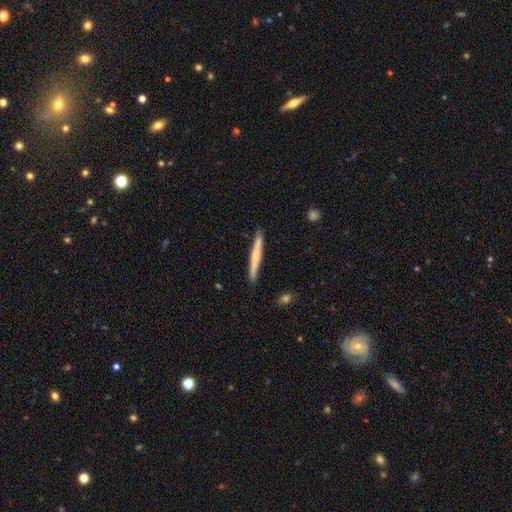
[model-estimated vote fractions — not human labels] Smooth or featured? smooth (51%)
How rounded? cigar-shaped (96%)
Merging? none (88%)